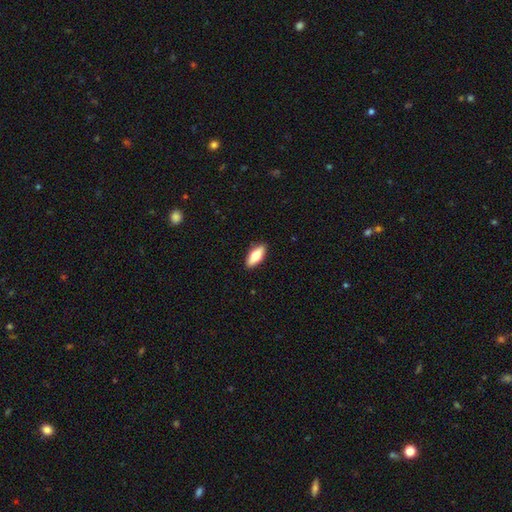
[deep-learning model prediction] smooth_or_featured: smooth (p=0.69) [alt: featured or disk p=0.25]
how_rounded: in between (p=0.75) [alt: cigar-shaped p=0.23]
merging: none (p=0.89) [alt: minor disturbance p=0.08]